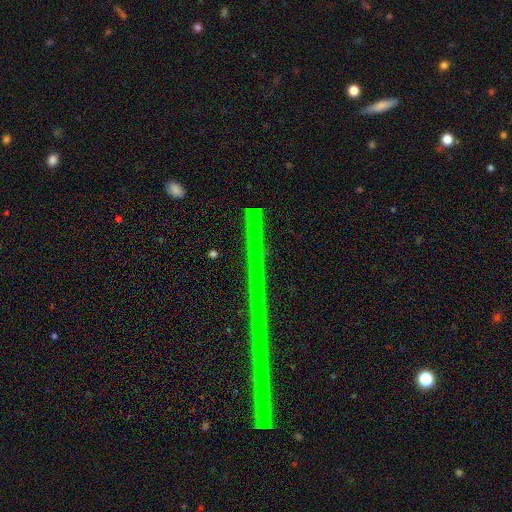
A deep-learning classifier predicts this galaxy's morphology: Smooth or featured?
  - star or artifact: 67% *
  - featured or disk: 22%
  - smooth: 11%